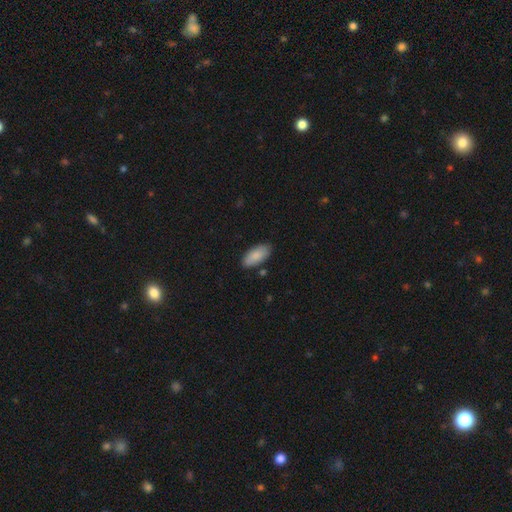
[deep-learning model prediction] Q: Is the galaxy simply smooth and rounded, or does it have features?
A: smooth — 86%.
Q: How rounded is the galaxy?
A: in between — 91%.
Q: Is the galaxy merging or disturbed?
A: none — 83%.